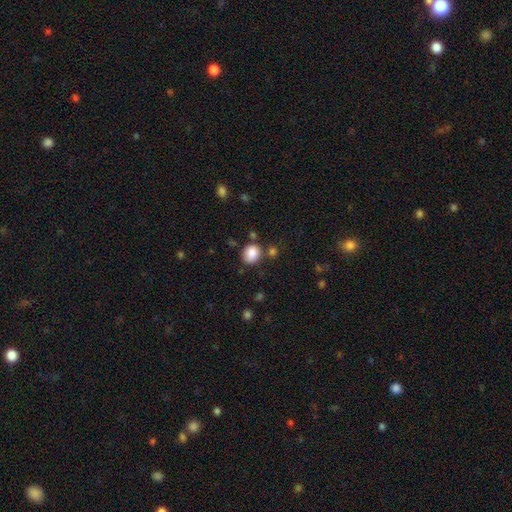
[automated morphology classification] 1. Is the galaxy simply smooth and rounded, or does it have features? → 52% smooth, 37% star or artifact, 10% featured or disk.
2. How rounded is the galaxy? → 72% round, 25% in between, 3% cigar-shaped.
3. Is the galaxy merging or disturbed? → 69% none, 13% merger, 11% minor disturbance, 7% major disturbance.